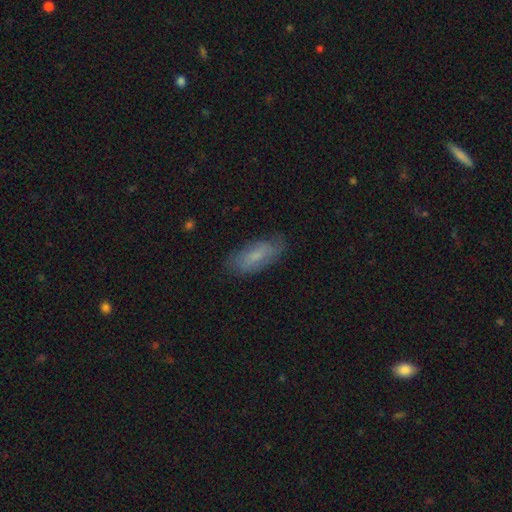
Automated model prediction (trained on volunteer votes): Q: Smooth or featured?
A: smooth (64%); runner-up: featured or disk (29%)
Q: How rounded?
A: in between (78%); runner-up: cigar-shaped (20%)
Q: Merging?
A: none (76%); runner-up: minor disturbance (18%)